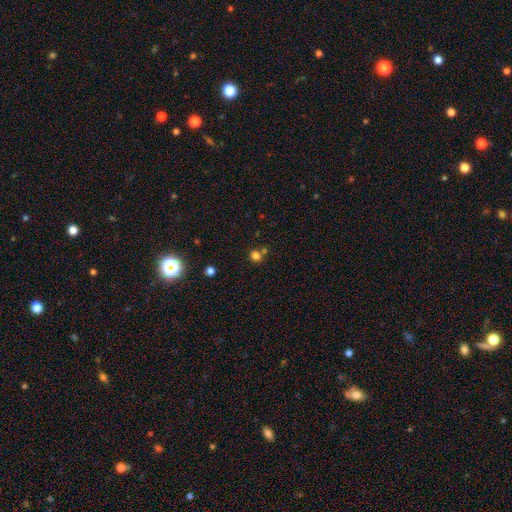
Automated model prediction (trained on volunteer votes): Overall: smooth (77%). How rounded: round (80%). Merging: none (65%).